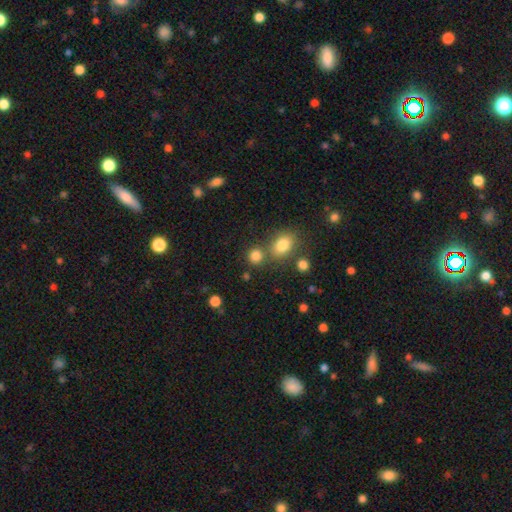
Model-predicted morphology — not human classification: This appears to be a smooth galaxy with no disk features (81%) that is round (80%). Merging: none (66%).